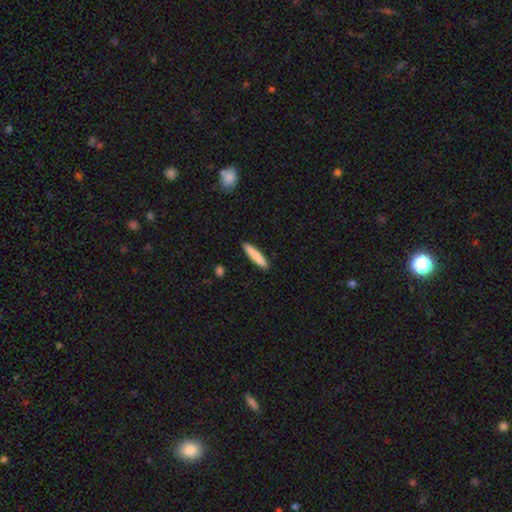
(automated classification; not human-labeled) A smooth galaxy with no disk features (84%) that is cigar-shaped (90%). Merging: none (91%).